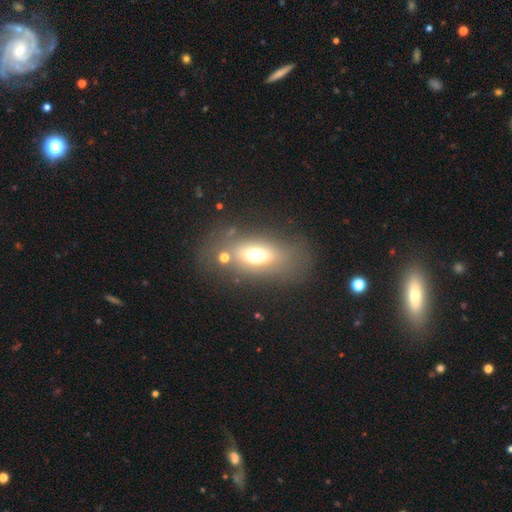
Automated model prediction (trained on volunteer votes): Smooth or featured? Predicted: smooth (p=0.58). How rounded? Predicted: in between (p=0.75). Merging? Predicted: none (p=0.68).